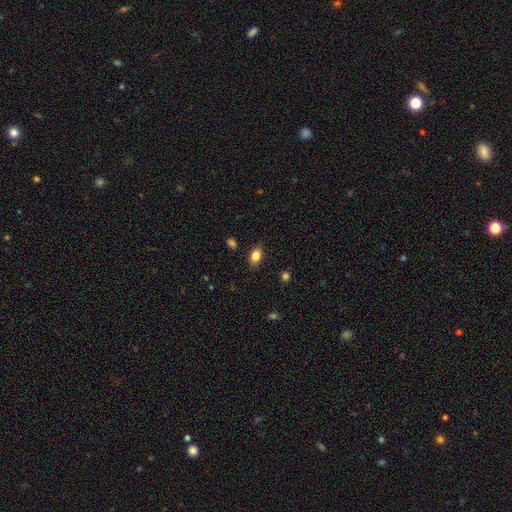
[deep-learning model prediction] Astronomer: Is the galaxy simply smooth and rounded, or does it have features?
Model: smooth — 84%.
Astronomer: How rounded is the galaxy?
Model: in between — 84%.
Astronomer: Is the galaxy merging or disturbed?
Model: none — 86%.